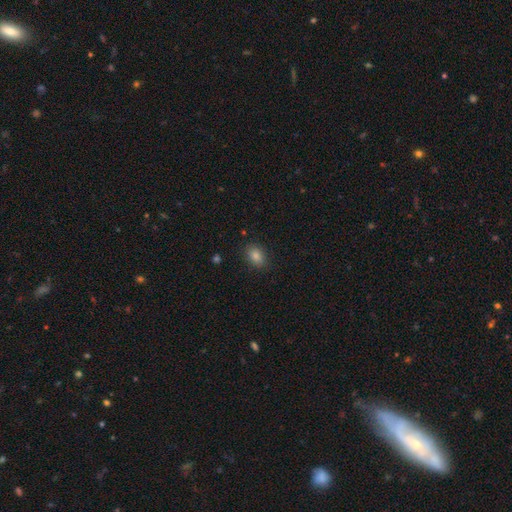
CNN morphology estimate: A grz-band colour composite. It shows a smooth galaxy with no disk features (82%) that is in between round and cigar-shaped (74%). Merging: none (88%).